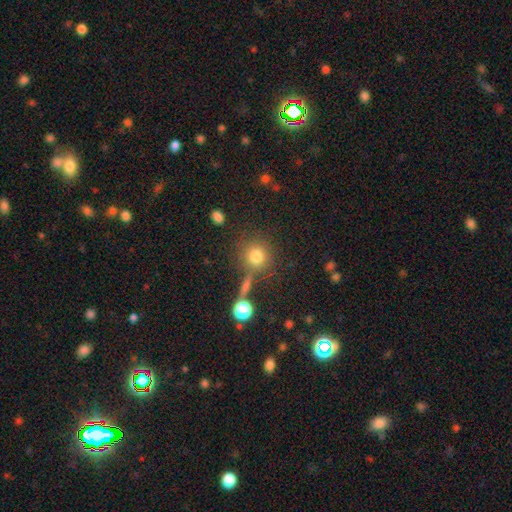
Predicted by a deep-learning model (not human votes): smooth 77%, star or artifact 14%, featured or disk 9%. Down the decision tree: how rounded — round (89%); merging — none (73%).